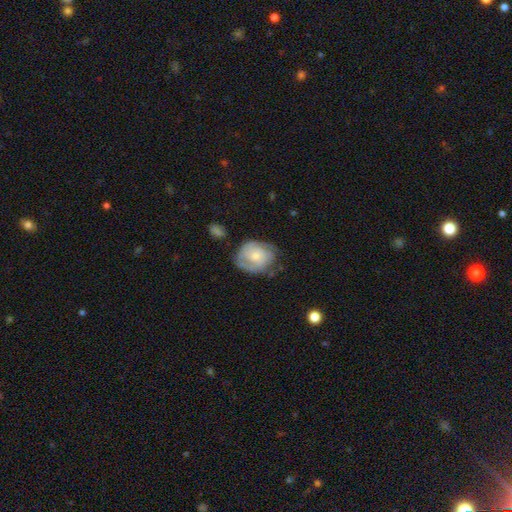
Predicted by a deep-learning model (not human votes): featured or disk 61%, smooth 32%, star or artifact 6%. Down the decision tree: edge-on disk — no (97%); bar — no (75%); spiral arms — yes (82%); bulge size — small (49%); merging — none (59%).